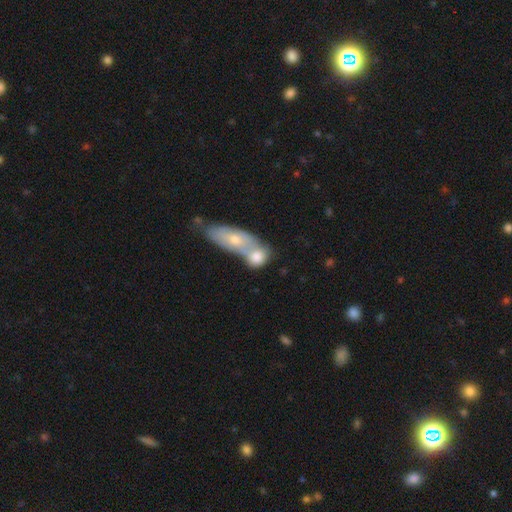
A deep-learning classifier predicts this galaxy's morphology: smooth 68%, featured or disk 25%, star or artifact 7%. Down the decision tree: how rounded — in between (60%); merging — merger (64%).